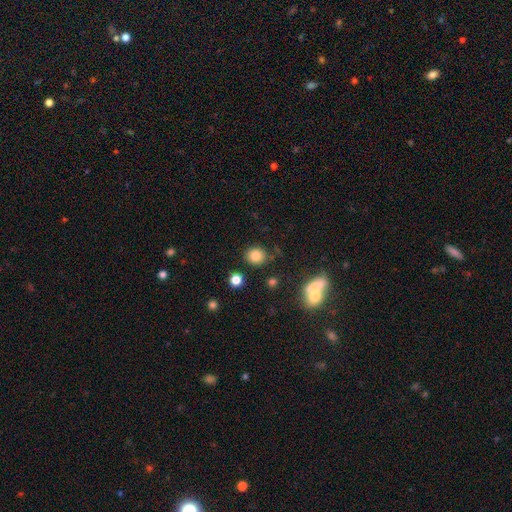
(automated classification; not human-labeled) Morphology: type=smooth (81%); roundness=round (80%); merging=none (82%).